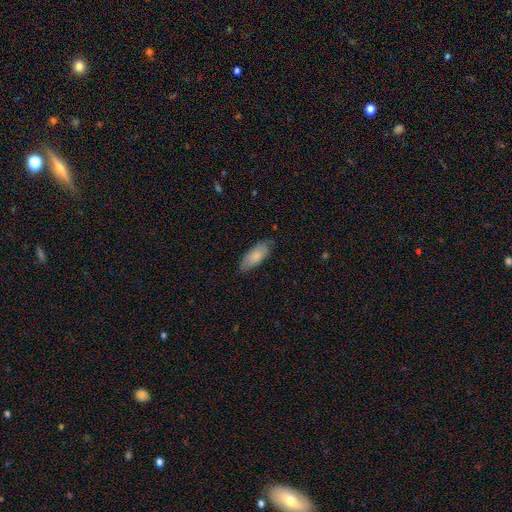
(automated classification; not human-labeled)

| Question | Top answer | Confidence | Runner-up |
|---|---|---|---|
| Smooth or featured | smooth | 78% | featured or disk (17%) |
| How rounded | in between | 80% | cigar-shaped (18%) |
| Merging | none | 73% | minor disturbance (22%) |